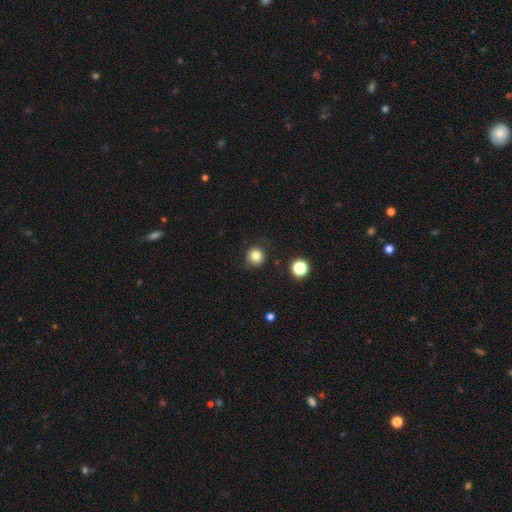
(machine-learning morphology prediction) A smooth galaxy with no disk features (82%) that is round (91%).

Vote fractions:
- Smooth or featured? smooth: 82% / star or artifact: 12% / featured or disk: 6%
- How rounded? round: 91% / in between: 8% / cigar-shaped: 1%
- Merging? none: 82% / minor disturbance: 12% / major disturbance: 4% / merger: 2%